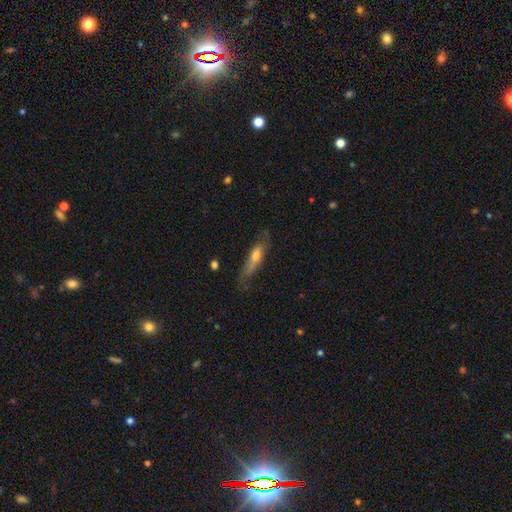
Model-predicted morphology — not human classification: Q: Smooth or featured?
A: smooth (46%); tied with: featured or disk (46%)
Q: Merging?
A: none (62%); runner-up: minor disturbance (26%)